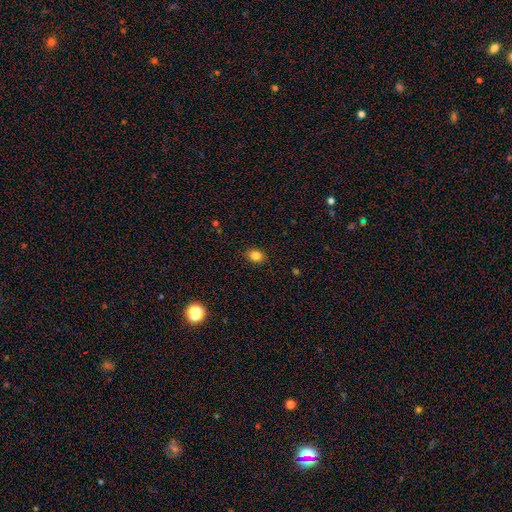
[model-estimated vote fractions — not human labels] Smooth or featured?
  - smooth: 83% *
  - star or artifact: 11%
  - featured or disk: 6%
How rounded?
  - in between: 53% *
  - round: 46%
  - cigar-shaped: 1%
Merging?
  - none: 87% *
  - minor disturbance: 10%
  - major disturbance: 2%
  - merger: 1%